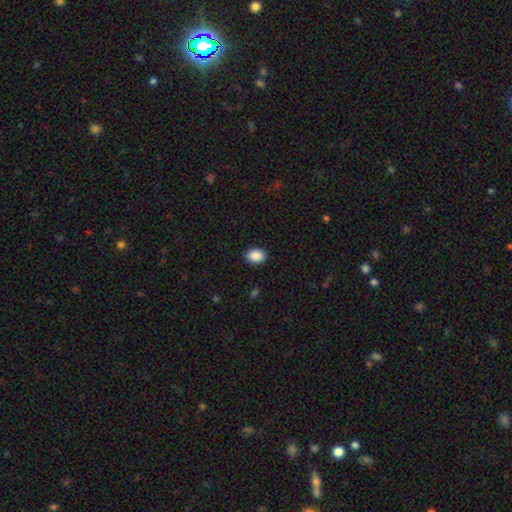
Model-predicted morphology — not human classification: smooth 90%, star or artifact 8%, featured or disk 3%. Down the decision tree: how rounded — in between (68%); merging — none (91%).